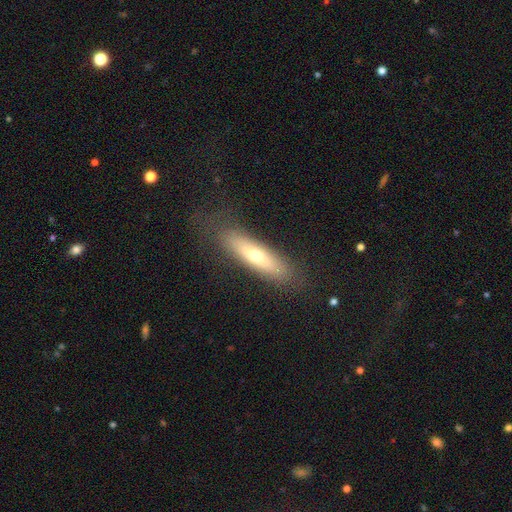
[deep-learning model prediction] smooth 58%, featured or disk 34%, star or artifact 7%. Down the decision tree: how rounded — cigar-shaped (69%); merging — none (82%).